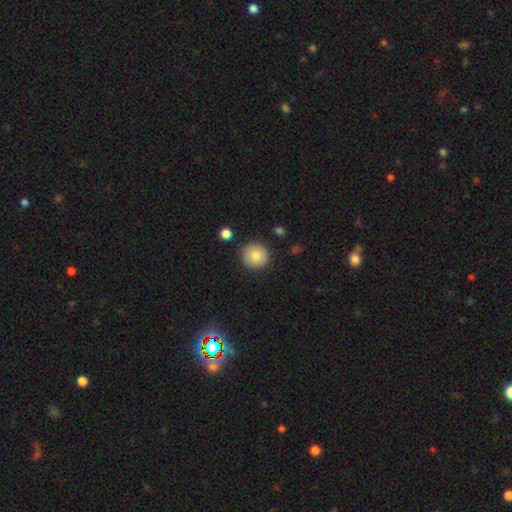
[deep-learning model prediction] smooth 83%, featured or disk 9%, star or artifact 8%. Down the decision tree: how rounded — round (93%); merging — none (87%).